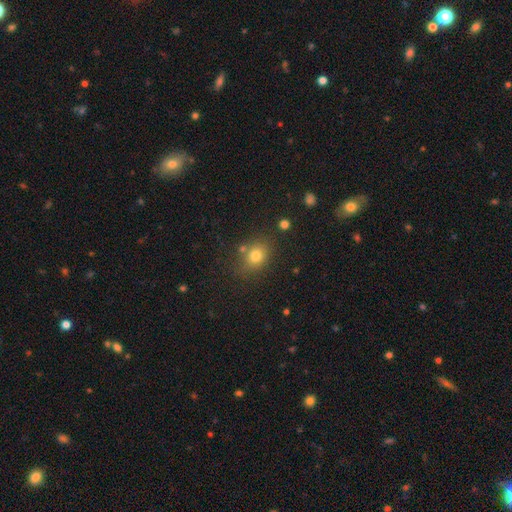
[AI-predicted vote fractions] This is likely a smooth galaxy (76%). How rounded: possibly round (57%). Merging: likely none (73%).